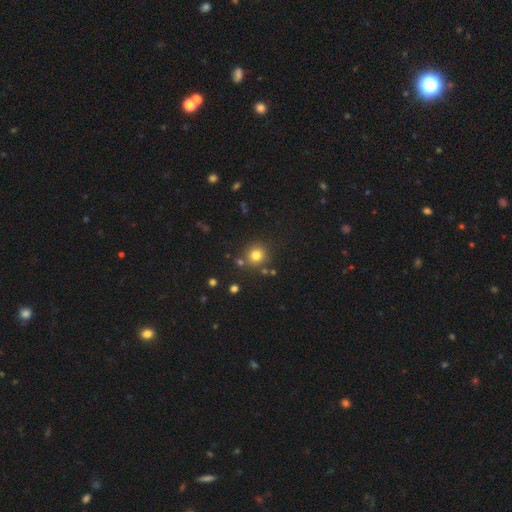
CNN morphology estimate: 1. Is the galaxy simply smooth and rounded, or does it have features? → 78% smooth, 14% star or artifact, 7% featured or disk.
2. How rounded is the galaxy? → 91% round, 8% in between, 1% cigar-shaped.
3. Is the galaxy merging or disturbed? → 81% none, 9% minor disturbance, 8% merger, 3% major disturbance.